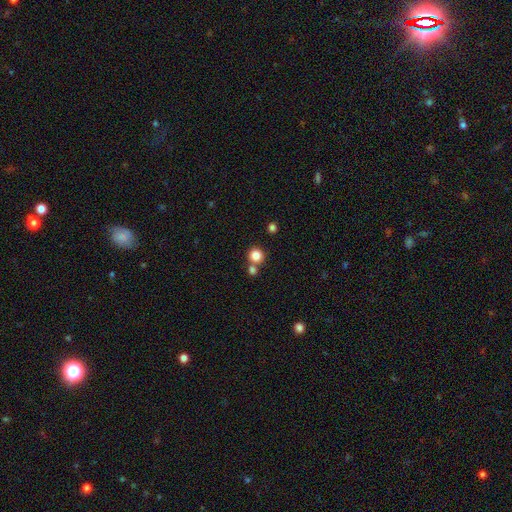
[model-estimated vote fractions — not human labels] A smooth galaxy with no disk features (84%) that is round (92%). Merging: none (64%).